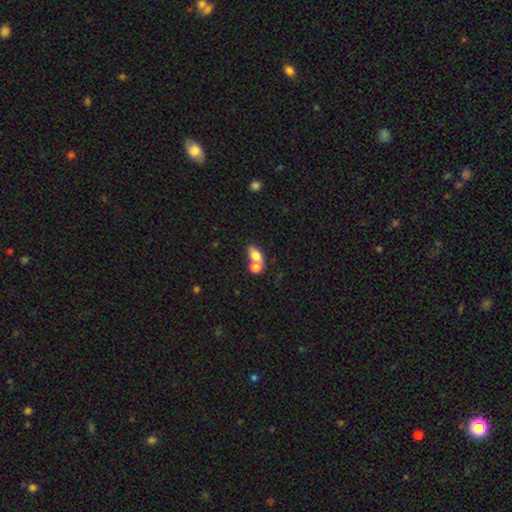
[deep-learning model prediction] Smooth or featured? smooth (76%)
How rounded? in between (76%)
Merging? merger (53%)